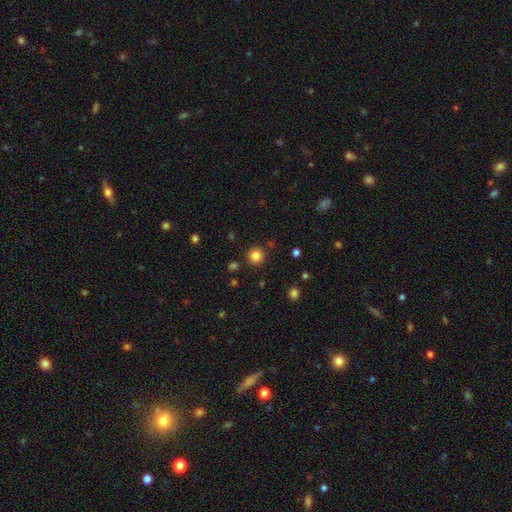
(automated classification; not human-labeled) Smooth or featured: smooth — 83% (star or artifact — 12%)
How rounded: round — 94% (in between — 5%)
Merging: none — 88% (minor disturbance — 7%)